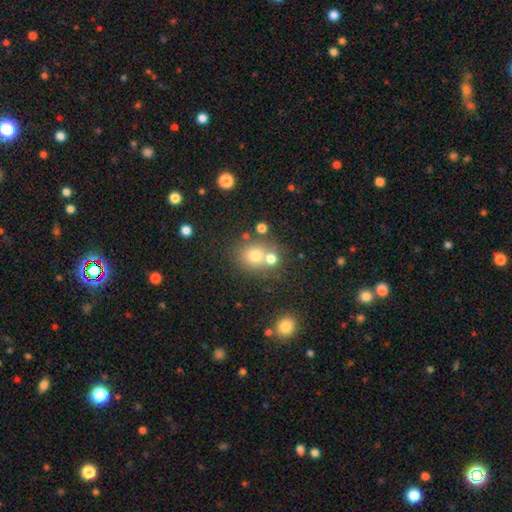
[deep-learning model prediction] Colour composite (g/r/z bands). It shows a smooth galaxy with no disk features (71%) that is round (78%). Merging: none (58%).